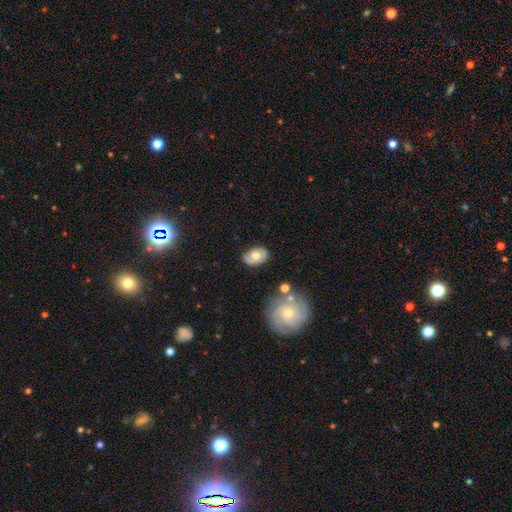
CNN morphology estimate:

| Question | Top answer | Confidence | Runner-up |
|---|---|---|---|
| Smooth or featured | smooth | 54% | featured or disk (39%) |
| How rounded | in between | 77% | round (21%) |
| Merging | none | 72% | minor disturbance (19%) |